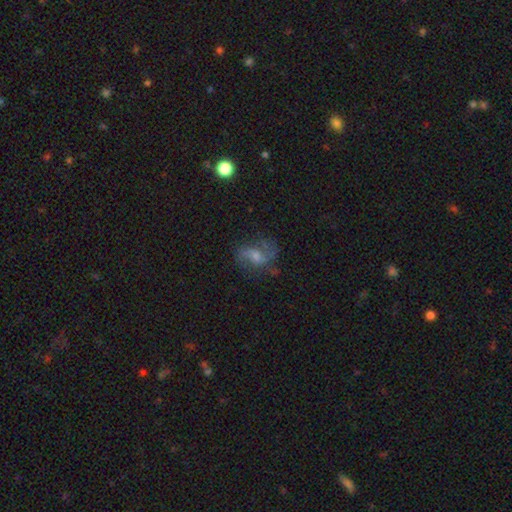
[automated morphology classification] Smooth or featured? featured or disk (68%)
Edge-on disk? no (97%)
Bar? no (48%)
Spiral arms? yes (87%)
Spiral winding? loose (56%)
Spiral arm count? 2 (79%)
Bulge size? moderate (44%)
Merging? none (59%)